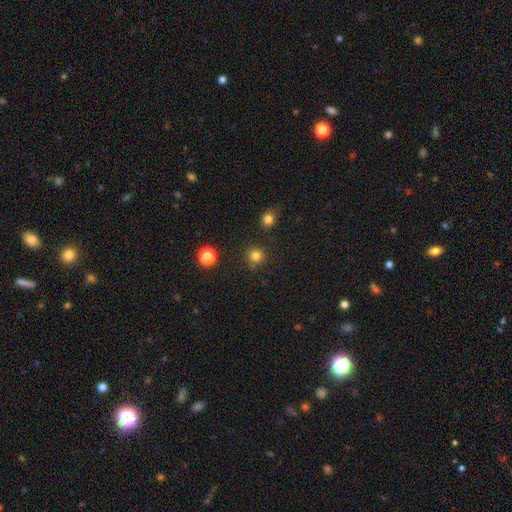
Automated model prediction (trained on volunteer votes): smooth 79%, star or artifact 16%, featured or disk 4%. Down the decision tree: how rounded — round (94%); merging — none (86%).